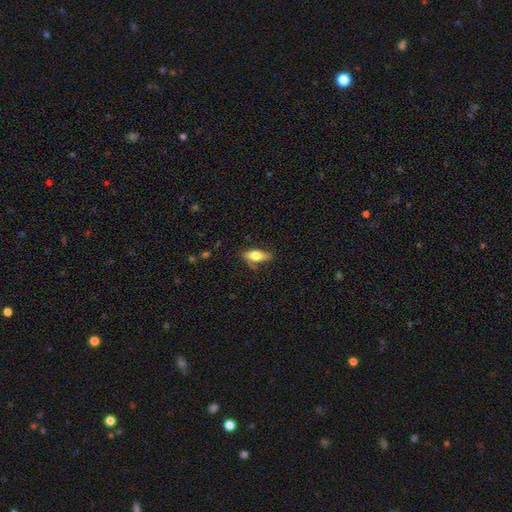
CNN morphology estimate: smooth 70%, featured or disk 23%, star or artifact 7%. Down the decision tree: how rounded — in between (75%); merging — none (68%).